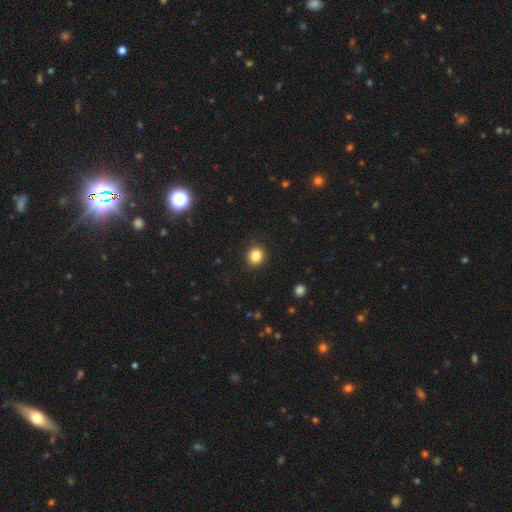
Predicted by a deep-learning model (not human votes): Morphology: type=smooth (84%); roundness=round (82%); merging=none (91%).